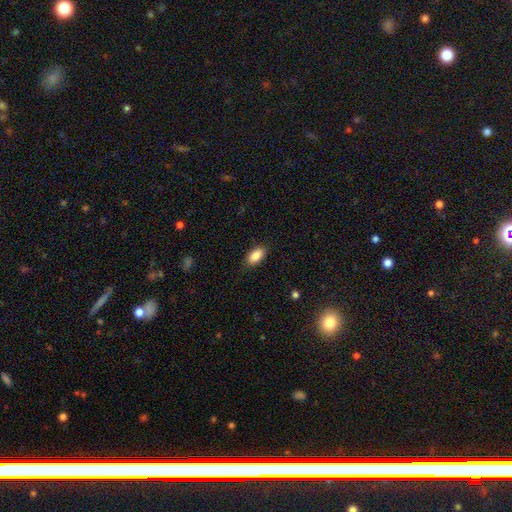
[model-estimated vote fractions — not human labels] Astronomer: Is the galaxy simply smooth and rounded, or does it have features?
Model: smooth — 87%.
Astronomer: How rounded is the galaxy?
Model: in between — 92%.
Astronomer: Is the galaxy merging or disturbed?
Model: none — 87%.